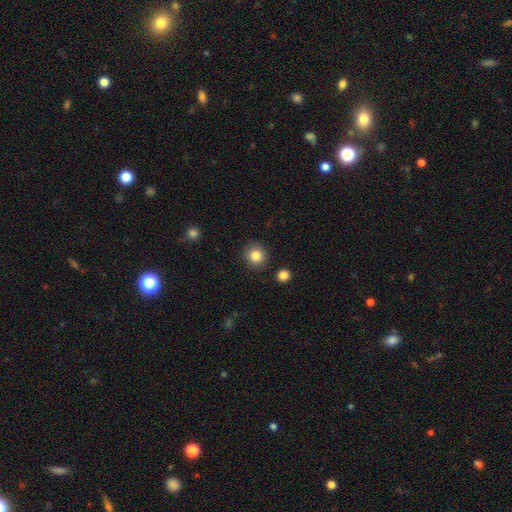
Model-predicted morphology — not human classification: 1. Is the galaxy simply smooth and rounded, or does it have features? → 85% smooth, 10% star or artifact, 5% featured or disk.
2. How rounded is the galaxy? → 89% round, 10% in between, 1% cigar-shaped.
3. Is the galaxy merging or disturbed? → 89% none, 7% minor disturbance, 2% merger, 2% major disturbance.